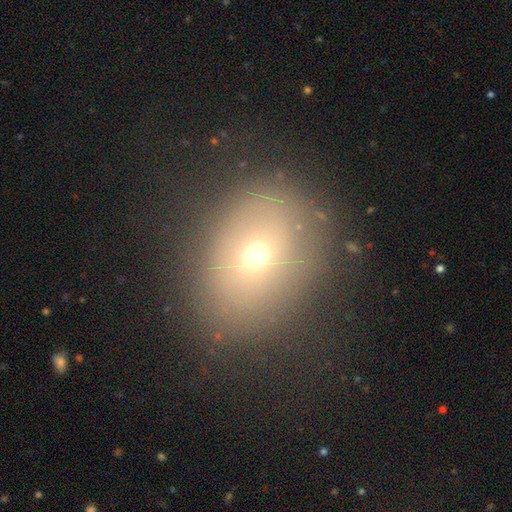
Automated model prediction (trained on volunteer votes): The model was most divided on "how rounded": round: 52%, in between: 47%, cigar-shaped: 1%. More confident: merging — none (74%); smooth or featured — smooth (61%).